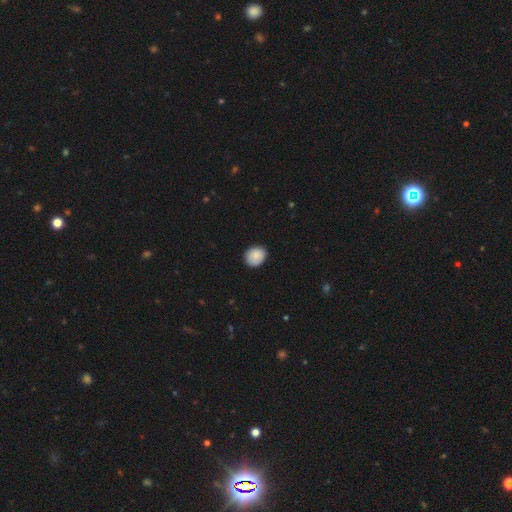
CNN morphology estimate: Smooth or featured: smooth — 87% (star or artifact — 7%)
How rounded: round — 66% (in between — 33%)
Merging: none — 84% (minor disturbance — 12%)